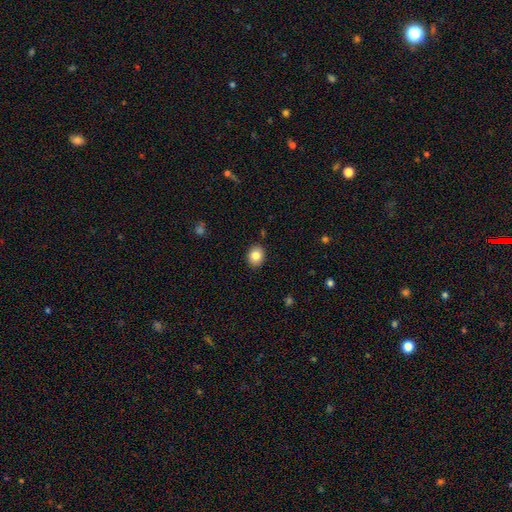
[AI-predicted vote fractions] The model was most divided on "how rounded": round: 58%, in between: 41%, cigar-shaped: 1%. More confident: merging — none (89%); smooth or featured — smooth (83%).